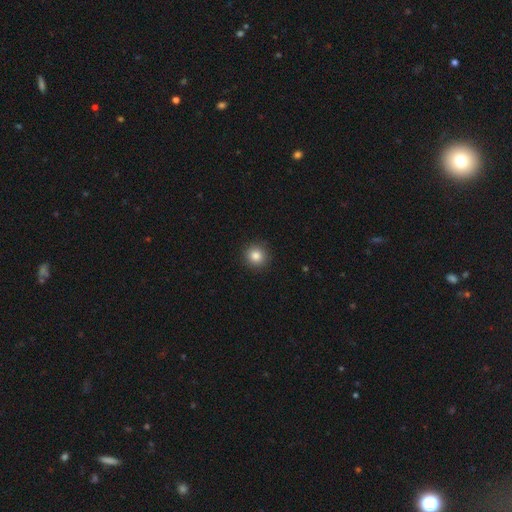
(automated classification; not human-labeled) Smooth or featured? Predicted: smooth (p=0.83). How rounded? Predicted: round (p=0.93). Merging? Predicted: none (p=0.92).